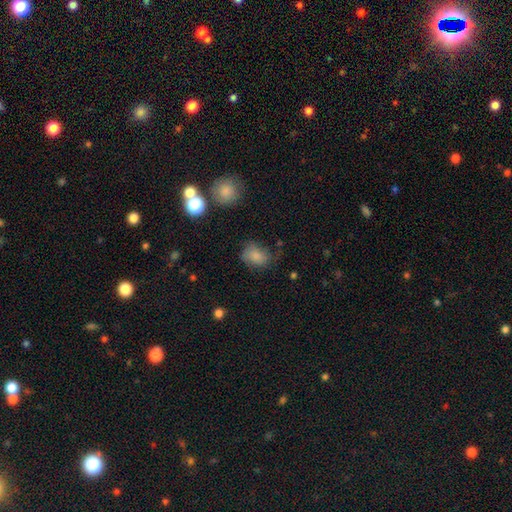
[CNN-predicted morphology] This appears to be a smooth galaxy with no disk features (80%) that is in between round and cigar-shaped (65%). Merging: none (53%).